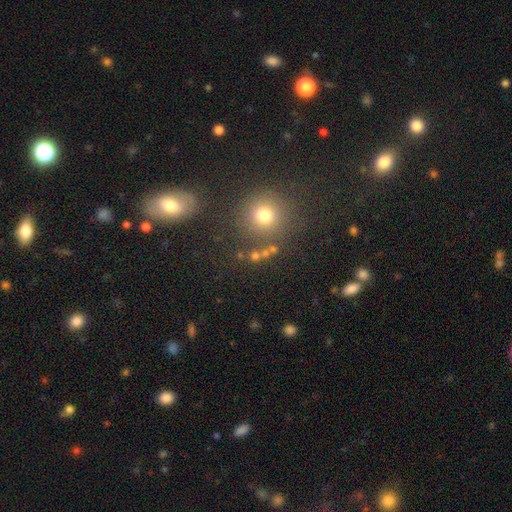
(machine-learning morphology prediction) This appears to be a smooth galaxy with no disk features (66%) that is round (83%). Merging: none (77%).